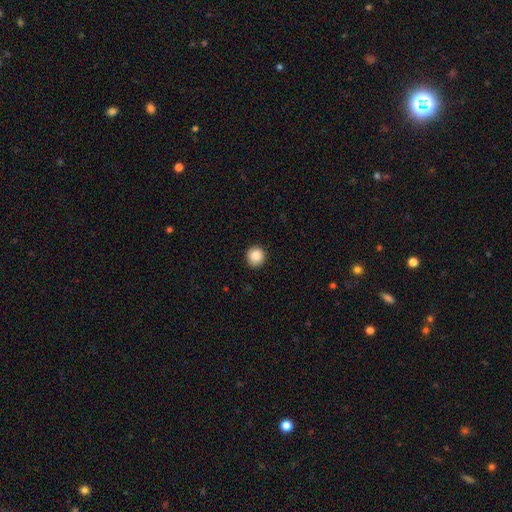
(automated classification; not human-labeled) Smooth or featured? smooth (87%)
How rounded? round (92%)
Merging? none (90%)